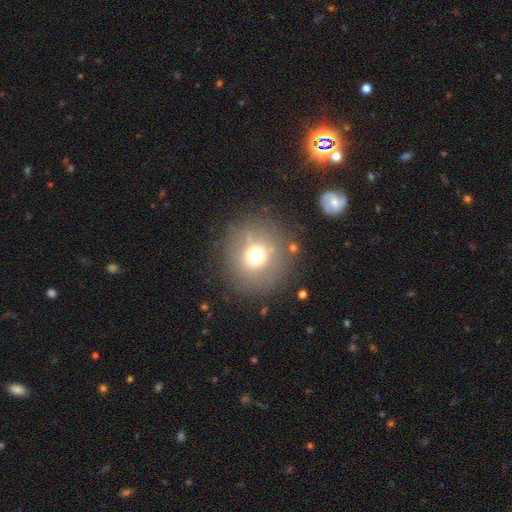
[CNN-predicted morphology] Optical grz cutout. It shows a smooth galaxy with no disk features (64%) that is round (92%). Merging: none (81%).